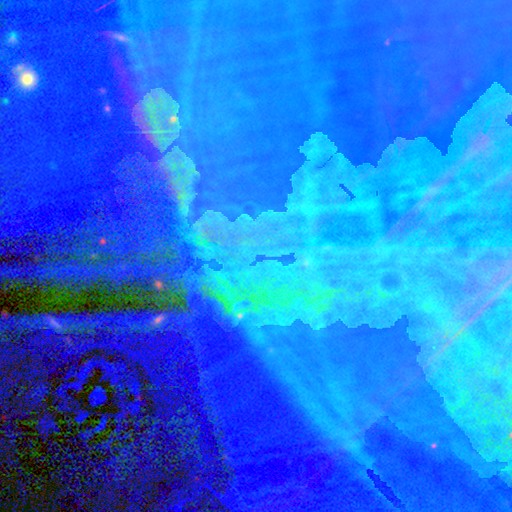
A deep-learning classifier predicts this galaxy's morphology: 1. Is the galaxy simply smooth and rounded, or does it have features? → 83% star or artifact, 10% featured or disk, 7% smooth.